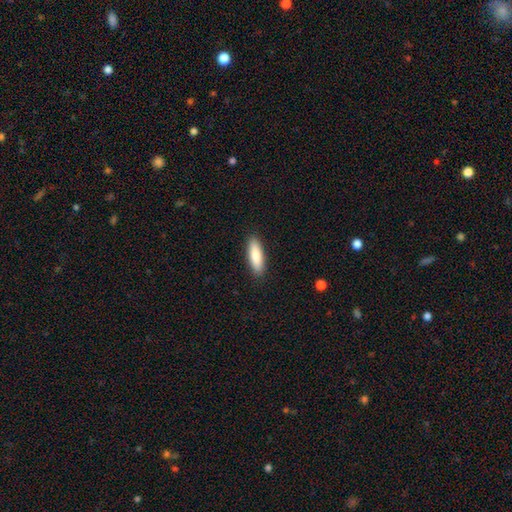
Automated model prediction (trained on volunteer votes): smooth-or-featured: smooth: 83% | featured or disk: 11% | star or artifact: 6%
  how-rounded: cigar-shaped: 50% | in between: 48% | round: 2%
  merging: none: 89% | minor disturbance: 8% | major disturbance: 2% | merger: 1%